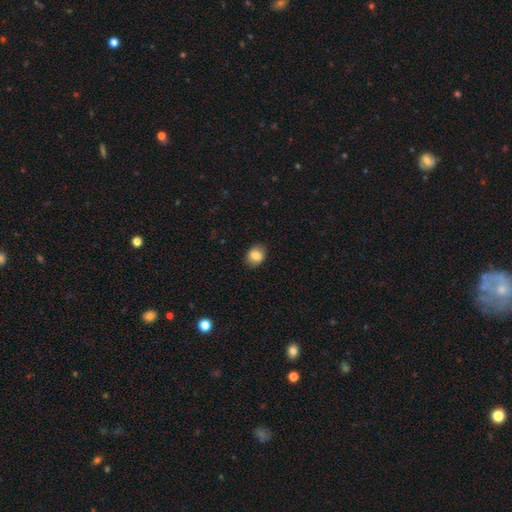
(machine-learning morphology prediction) Overall: smooth (83%). How rounded: round (52%; in between 47%). Merging: none (87%).